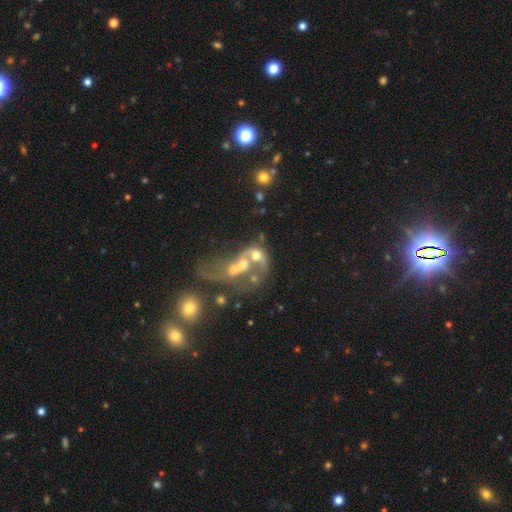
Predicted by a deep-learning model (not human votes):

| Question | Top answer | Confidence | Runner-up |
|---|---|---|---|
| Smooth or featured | featured or disk | 52% | smooth (34%) |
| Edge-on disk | no | 97% | yes (3%) |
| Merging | merger | 71% | major disturbance (16%) |